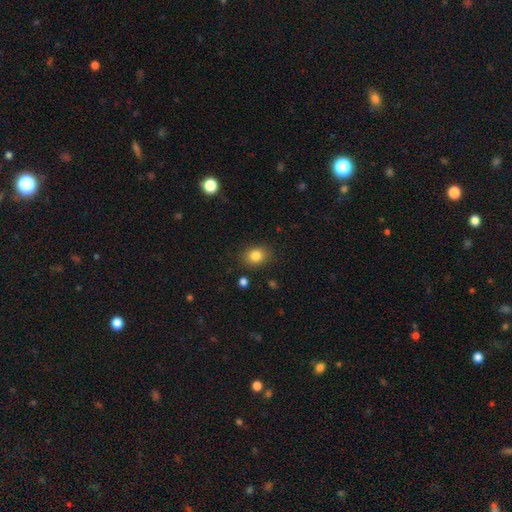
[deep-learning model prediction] smooth_or_featured: smooth (p=0.83) [alt: star or artifact p=0.10]
how_rounded: in between (p=0.53) [alt: round p=0.46]
merging: none (p=0.86) [alt: minor disturbance p=0.10]